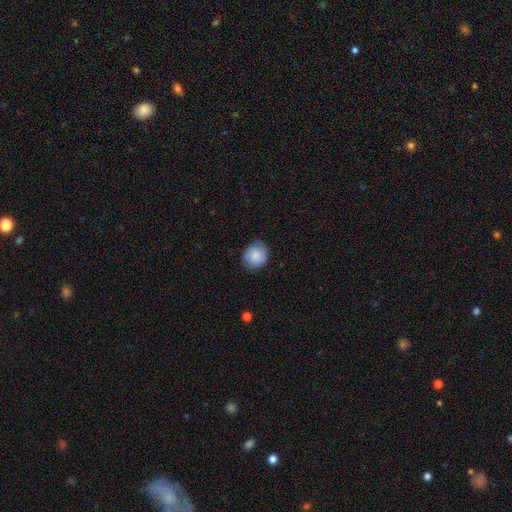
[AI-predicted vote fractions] Smooth or featured? smooth (80%)
How rounded? round (70%)
Merging? none (75%)